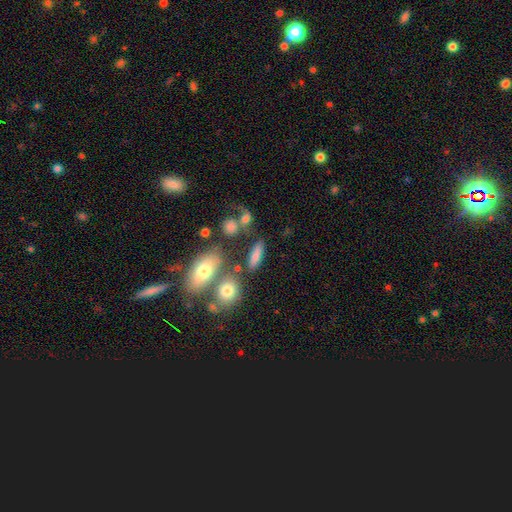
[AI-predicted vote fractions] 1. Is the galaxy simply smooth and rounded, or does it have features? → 74% smooth, 16% featured or disk, 10% star or artifact.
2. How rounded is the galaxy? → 48% in between, 44% cigar-shaped, 8% round.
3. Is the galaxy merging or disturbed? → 64% none, 15% merger, 14% minor disturbance, 7% major disturbance.